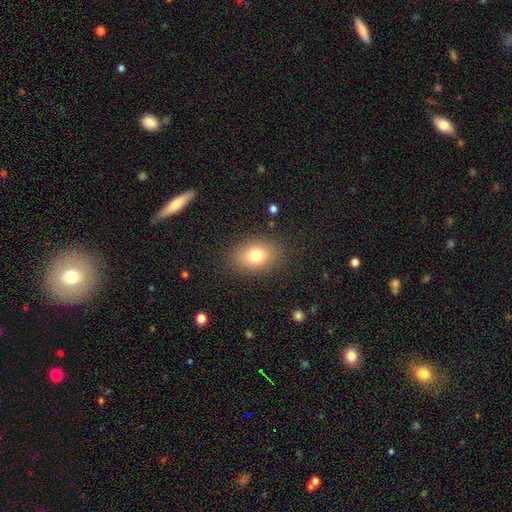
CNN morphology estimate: smooth 78%, featured or disk 11%, star or artifact 10%. Down the decision tree: how rounded — in between (75%); merging — none (85%).